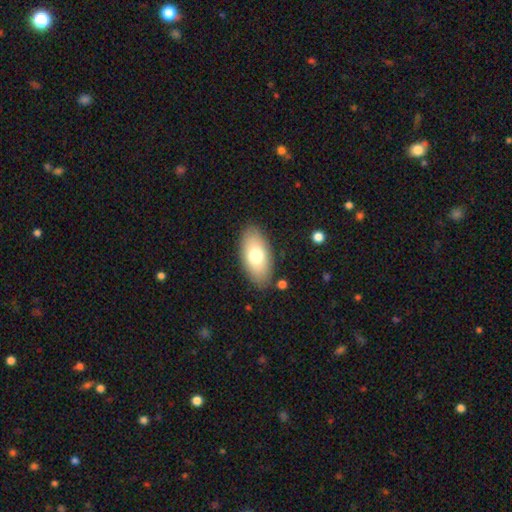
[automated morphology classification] Smooth or featured?
  - smooth: 73% *
  - featured or disk: 20%
  - star or artifact: 7%
How rounded?
  - in between: 92% *
  - cigar-shaped: 4%
  - round: 3%
Merging?
  - none: 85% *
  - minor disturbance: 10%
  - major disturbance: 3%
  - merger: 2%